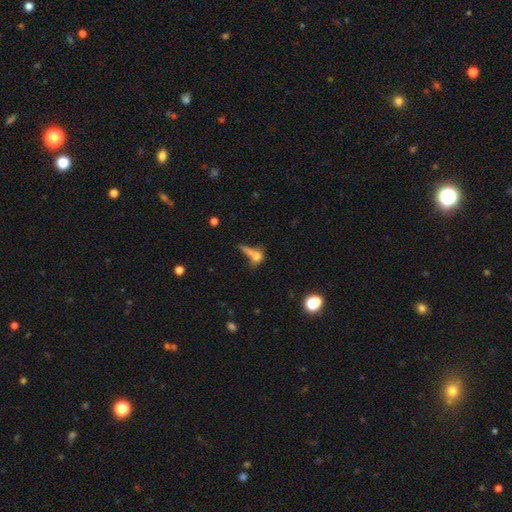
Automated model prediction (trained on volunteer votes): Smooth or featured?
  - smooth: 64% *
  - featured or disk: 22%
  - star or artifact: 14%
How rounded?
  - round: 42% *
  - in between: 39%
  - cigar-shaped: 20%
Merging?
  - merger: 41% *
  - none: 29%
  - major disturbance: 17%
  - minor disturbance: 13%